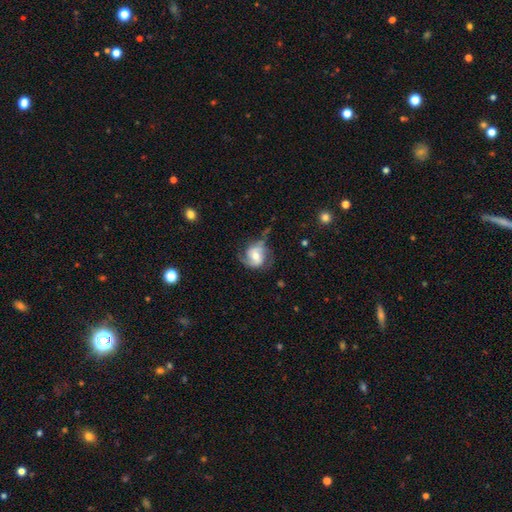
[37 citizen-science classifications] Smooth or featured? 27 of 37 (73%) said featured or disk. Edge-on disk? 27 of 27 (100%) said no. Bar? 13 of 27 (48%) said weak. Spiral arms? 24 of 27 (89%) said yes. Spiral winding? 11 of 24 (46%, tied with medium) said tight. Spiral arm count? 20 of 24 (83%) said 2. Bulge size? 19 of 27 (70%) said moderate. Merging? 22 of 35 (63%) said none.